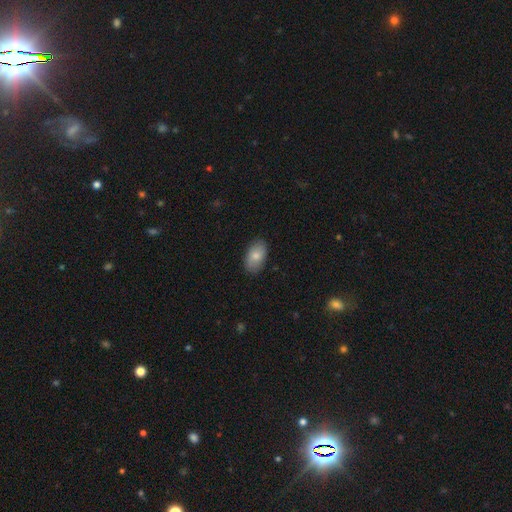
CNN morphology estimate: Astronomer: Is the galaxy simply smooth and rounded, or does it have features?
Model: smooth — 80%.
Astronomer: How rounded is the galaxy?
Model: in between — 93%.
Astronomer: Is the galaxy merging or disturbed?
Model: none — 86%.